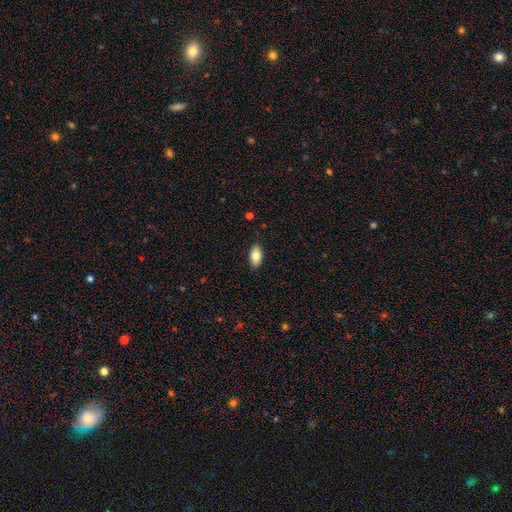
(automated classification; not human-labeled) smooth_or_featured: smooth (p=0.81) [alt: featured or disk p=0.12]
how_rounded: in between (p=0.93) [alt: round p=0.04]
merging: none (p=0.87) [alt: minor disturbance p=0.10]